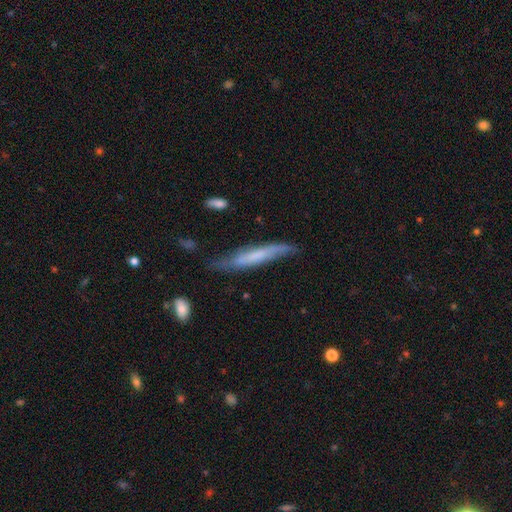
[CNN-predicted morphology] A smooth galaxy with no disk features (48%). Merging: none (63%).